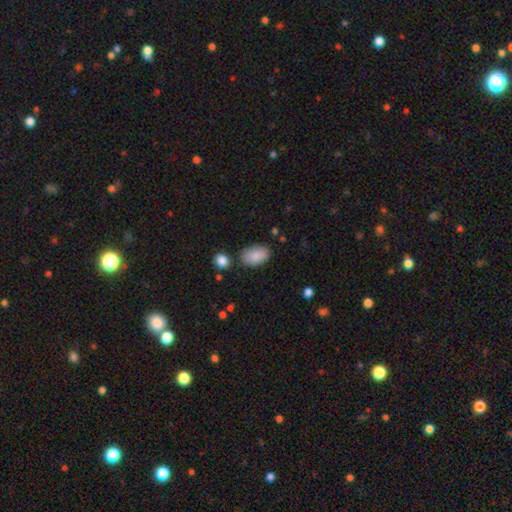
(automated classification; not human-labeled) A smooth galaxy with no disk features (87%) that is in between round and cigar-shaped (92%).

Vote fractions:
- Smooth or featured? smooth: 87% / star or artifact: 7% / featured or disk: 6%
- How rounded? in between: 92% / round: 7% / cigar-shaped: 1%
- Merging? none: 80% / minor disturbance: 13% / merger: 4% / major disturbance: 3%